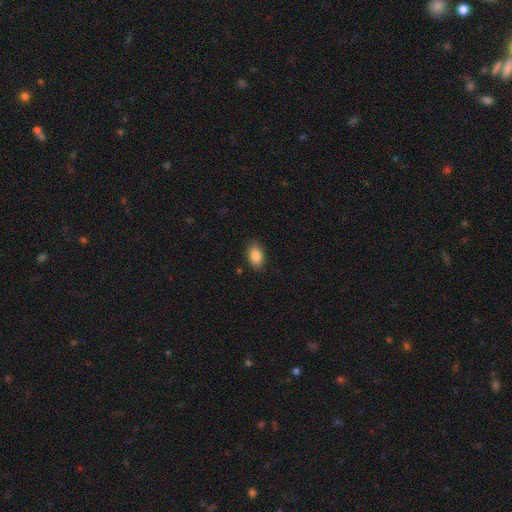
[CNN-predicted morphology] This is clearly a smooth galaxy (87%). How rounded: clearly in between (90%). Merging: clearly none (86%).